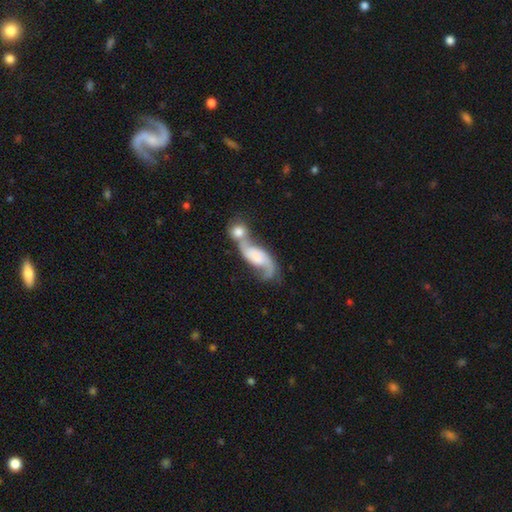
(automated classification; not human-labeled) A featured or disk galaxy (74%) with no bar (58%), 2 (84%) loose (65%) spiral arms (92%) and no central bulge (28%).

Vote fractions:
- Smooth or featured? featured or disk: 74% / smooth: 20% / star or artifact: 6%
- Edge-on disk? no: 92% / yes: 8%
- Bar? no: 58% / weak: 32% / strong: 11%
- Spiral arms? yes: 92% / no: 8%
- Spiral winding? loose: 65% / medium: 27% / tight: 8%
- Spiral arm count? 2: 84% / 1: 9% / can't tell: 4% / 3: 1% / 4: 1% / more than 4: 1%
- Bulge size? none: 28% / small: 27% / moderate: 25% / large: 16% / dominant: 4%
- Merging? merger: 60% / none: 21% / minor disturbance: 10% / major disturbance: 10%